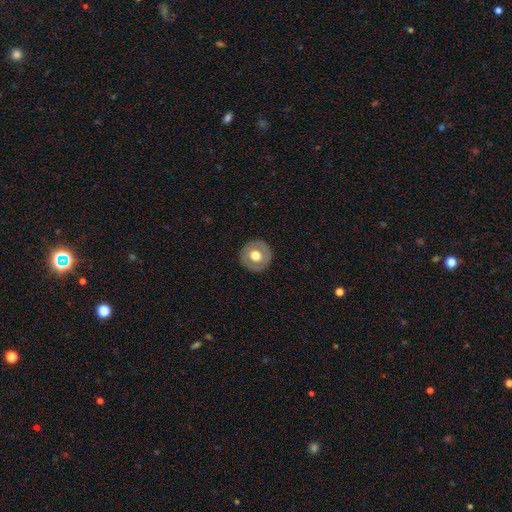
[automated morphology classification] Smooth or featured? Predicted: smooth (p=0.58). How rounded? Predicted: round (p=0.94). Merging? Predicted: none (p=0.90).